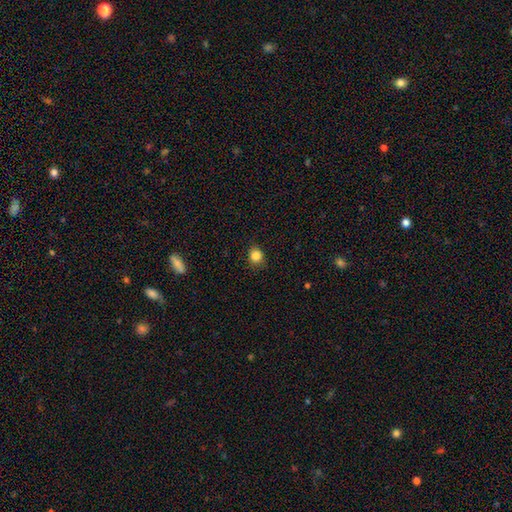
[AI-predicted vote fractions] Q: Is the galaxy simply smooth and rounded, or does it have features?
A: smooth — 85%.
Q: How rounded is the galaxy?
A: round — 77%.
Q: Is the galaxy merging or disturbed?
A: none — 85%.